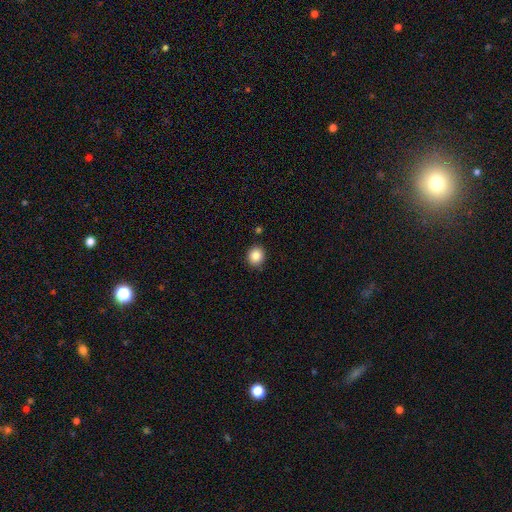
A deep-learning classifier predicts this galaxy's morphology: smooth-or-featured: smooth: 86% | star or artifact: 9% | featured or disk: 4%
  how-rounded: round: 78% | in between: 21% | cigar-shaped: 1%
  merging: none: 87% | minor disturbance: 8% | merger: 2% | major disturbance: 2%